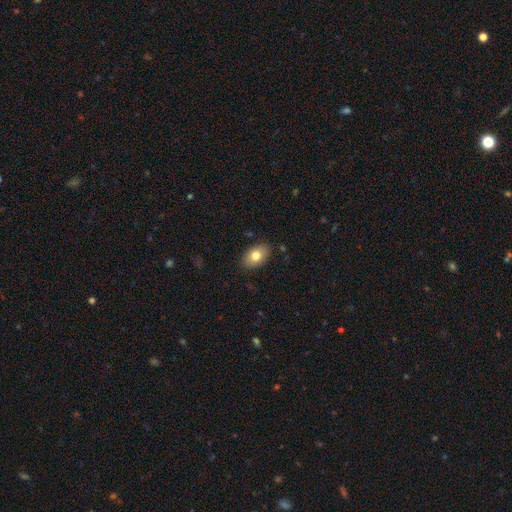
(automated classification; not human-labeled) Smooth or featured? smooth (79%)
How rounded? in between (90%)
Merging? none (87%)